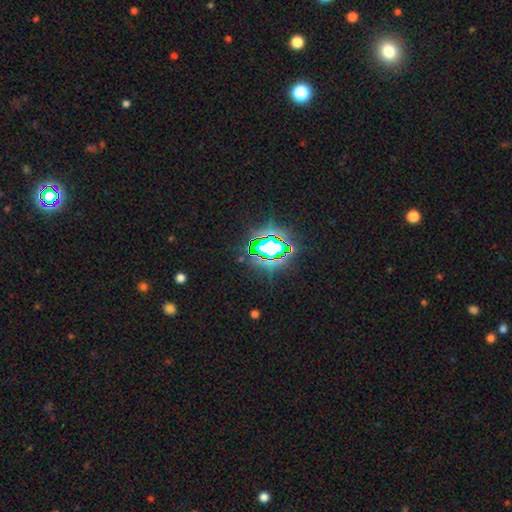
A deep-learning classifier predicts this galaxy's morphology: Q: Smooth or featured?
A: star or artifact (81%); runner-up: smooth (12%)